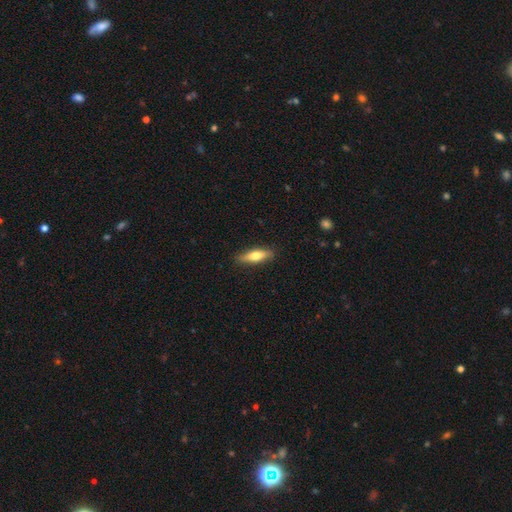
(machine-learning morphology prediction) Smooth or featured?
  - smooth: 65% *
  - featured or disk: 30%
  - star or artifact: 6%
How rounded?
  - cigar-shaped: 56% *
  - in between: 42%
  - round: 2%
Merging?
  - none: 87% *
  - minor disturbance: 10%
  - major disturbance: 2%
  - merger: 1%